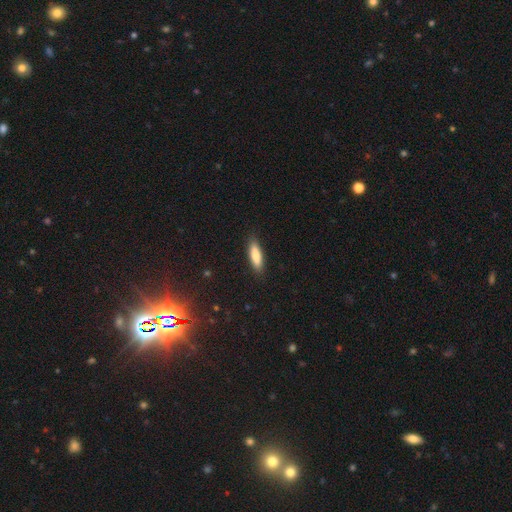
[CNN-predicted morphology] A smooth galaxy with no disk features (82%) that is cigar-shaped (55%). Merging: none (88%).